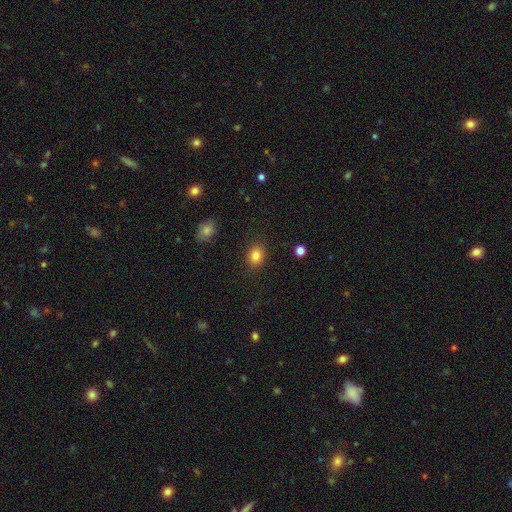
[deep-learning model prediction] smooth-or-featured: smooth: 84% | star or artifact: 10% | featured or disk: 6%
  how-rounded: in between: 51% | round: 48% | cigar-shaped: 1%
  merging: none: 86% | minor disturbance: 10% | major disturbance: 3% | merger: 2%